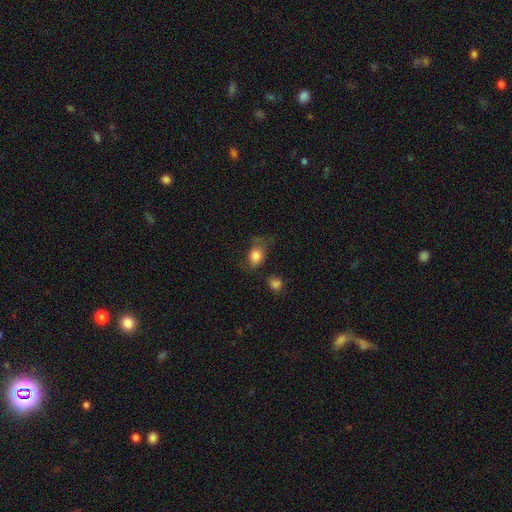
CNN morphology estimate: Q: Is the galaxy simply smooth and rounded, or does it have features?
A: smooth — 81%.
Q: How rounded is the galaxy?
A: in between — 66%.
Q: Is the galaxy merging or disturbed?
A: none — 48%.